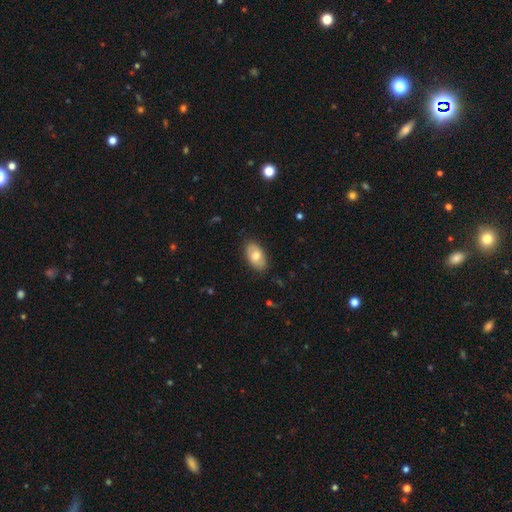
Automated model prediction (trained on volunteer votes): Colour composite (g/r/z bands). It shows a smooth galaxy with no disk features (72%) that is in between round and cigar-shaped (94%). Merging: none (85%).